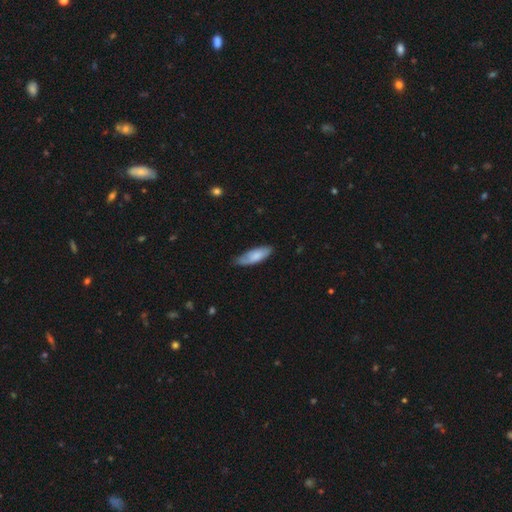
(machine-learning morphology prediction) Q: Smooth or featured?
A: smooth (76%); runner-up: featured or disk (19%)
Q: How rounded?
A: in between (64%); runner-up: cigar-shaped (35%)
Q: Merging?
A: none (67%); runner-up: minor disturbance (27%)